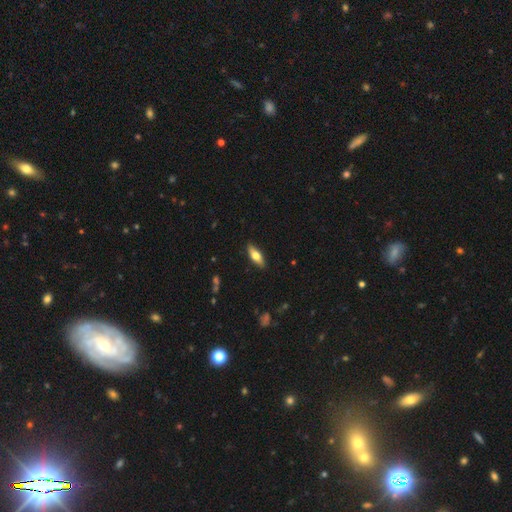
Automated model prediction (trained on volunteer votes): This appears to be a smooth galaxy with no disk features (64%) that is in between round and cigar-shaped (65%). Merging: none (88%).